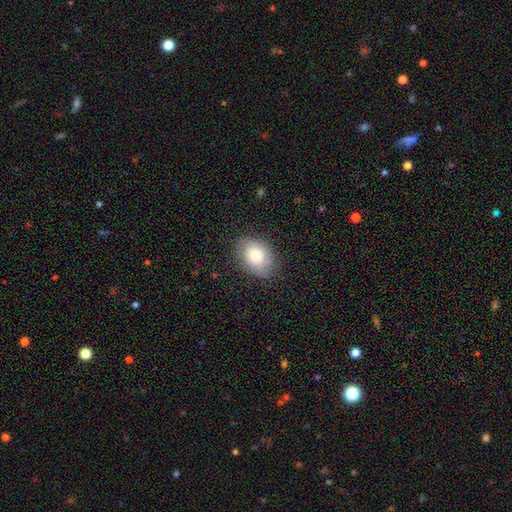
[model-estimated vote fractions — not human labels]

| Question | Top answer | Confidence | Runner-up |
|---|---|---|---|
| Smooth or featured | smooth | 72% | featured or disk (20%) |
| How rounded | in between | 82% | round (17%) |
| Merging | none | 76% | minor disturbance (18%) |